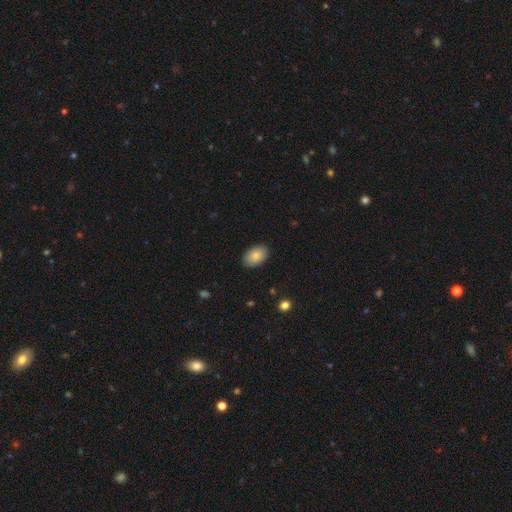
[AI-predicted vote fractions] This appears to be a smooth galaxy with no disk features (86%) that is in between round and cigar-shaped (89%). Merging: none (88%).